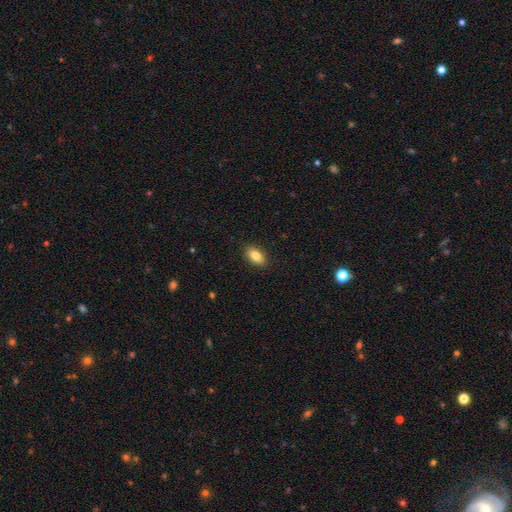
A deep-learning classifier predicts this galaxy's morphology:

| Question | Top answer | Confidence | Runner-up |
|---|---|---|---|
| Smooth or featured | smooth | 83% | featured or disk (9%) |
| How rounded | in between | 90% | round (6%) |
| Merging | none | 89% | minor disturbance (8%) |